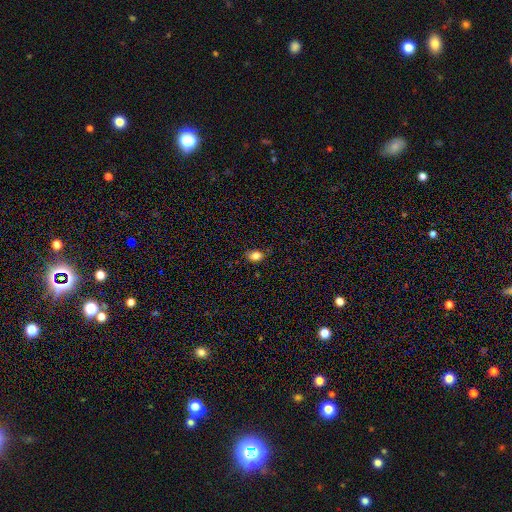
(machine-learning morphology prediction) type=smooth (84%); roundness=in between (73%); merging=none (78%).